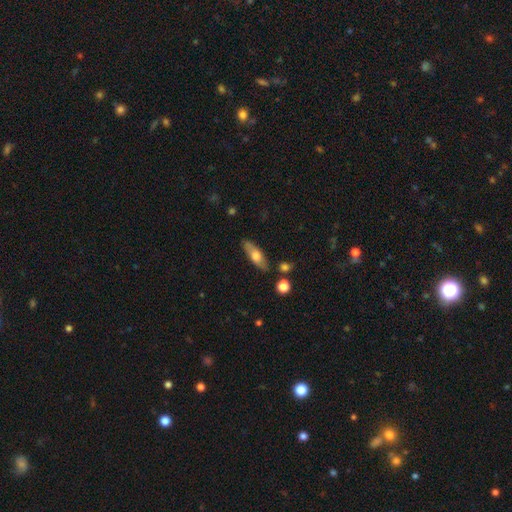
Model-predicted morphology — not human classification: Smooth or featured? Predicted: smooth (p=0.58). How rounded? Predicted: in between (p=0.53). Merging? Predicted: none (p=0.79).